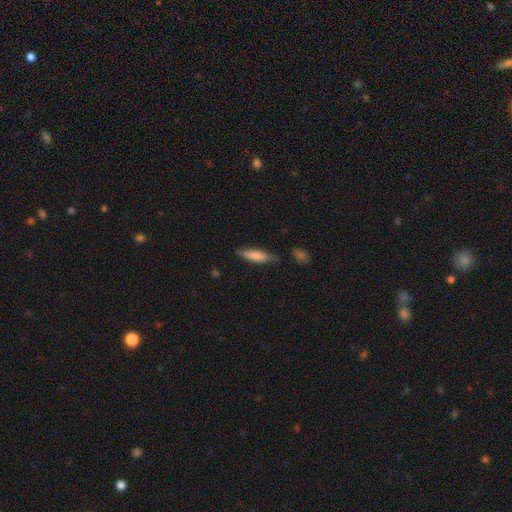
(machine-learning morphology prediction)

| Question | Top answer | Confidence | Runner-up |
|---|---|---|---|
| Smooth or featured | smooth | 76% | featured or disk (17%) |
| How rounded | cigar-shaped | 67% | in between (31%) |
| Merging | none | 74% | minor disturbance (19%) |